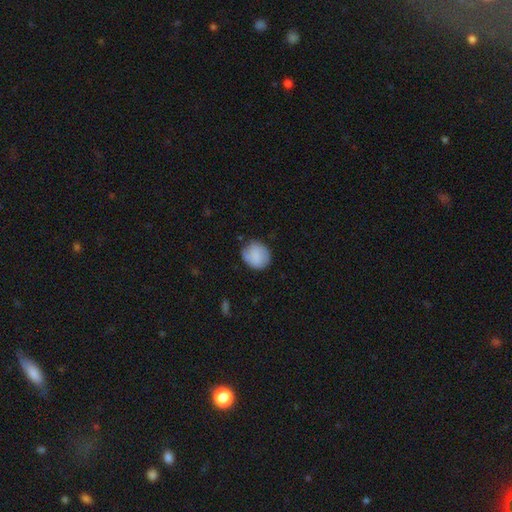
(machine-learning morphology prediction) Overall: smooth (71%). How rounded: round (75%). Merging: none (74%).